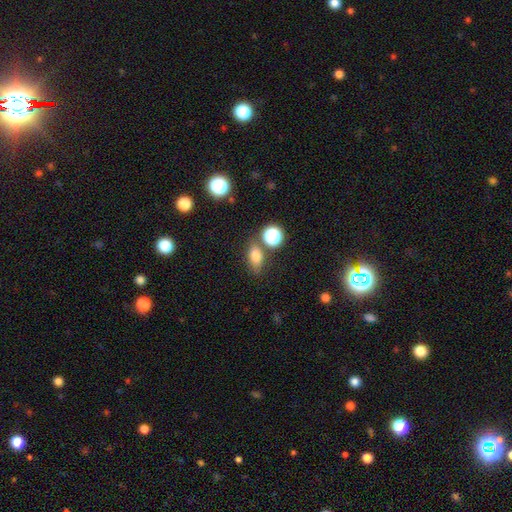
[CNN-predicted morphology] Overall: smooth (78%). How rounded: in between (71%). Merging: none (66%).